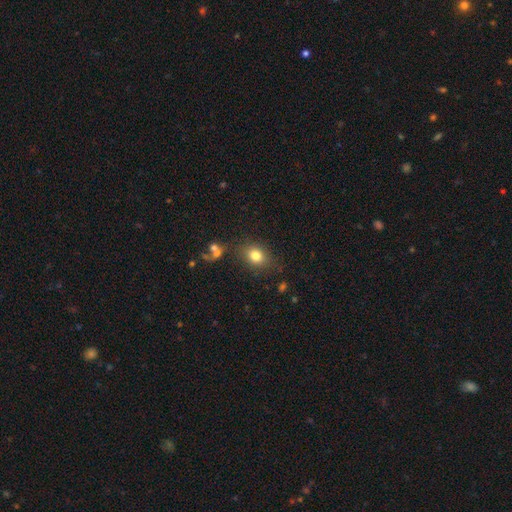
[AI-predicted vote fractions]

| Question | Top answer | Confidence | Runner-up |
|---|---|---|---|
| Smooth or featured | smooth | 80% | star or artifact (11%) |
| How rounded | in between | 57% | round (42%) |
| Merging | none | 78% | minor disturbance (13%) |